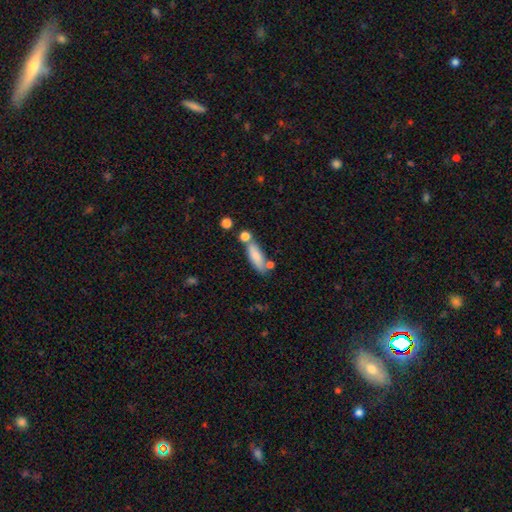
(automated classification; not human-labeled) Q: Smooth or featured?
A: smooth (78%); runner-up: featured or disk (15%)
Q: How rounded?
A: in between (54%); runner-up: cigar-shaped (44%)
Q: Merging?
A: none (60%); runner-up: merger (19%)